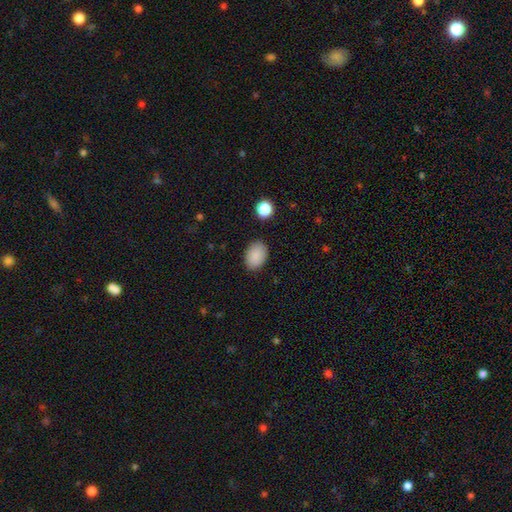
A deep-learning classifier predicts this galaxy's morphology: Smooth or featured?
  - smooth: 89% *
  - star or artifact: 7%
  - featured or disk: 4%
How rounded?
  - in between: 85% *
  - round: 14%
  - cigar-shaped: 1%
Merging?
  - none: 86% *
  - minor disturbance: 10%
  - major disturbance: 3%
  - merger: 2%